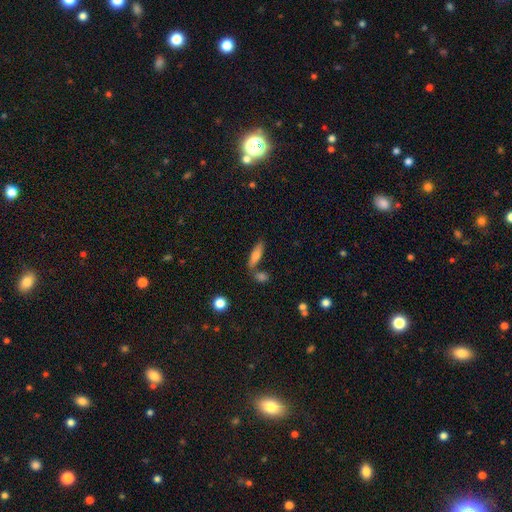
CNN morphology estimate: Smooth or featured? Predicted: smooth (p=0.73). How rounded? Predicted: cigar-shaped (p=0.55). Merging? Predicted: none (p=0.64).